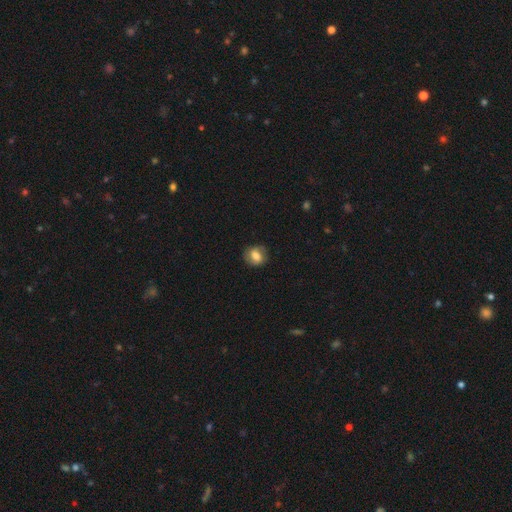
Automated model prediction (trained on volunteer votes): A smooth galaxy with no disk features (70%) that is round (61%).

Vote fractions:
- Smooth or featured? smooth: 70% / featured or disk: 22% / star or artifact: 9%
- How rounded? round: 61% / in between: 37% / cigar-shaped: 1%
- Merging? none: 80% / minor disturbance: 15% / major disturbance: 5% / merger: 1%